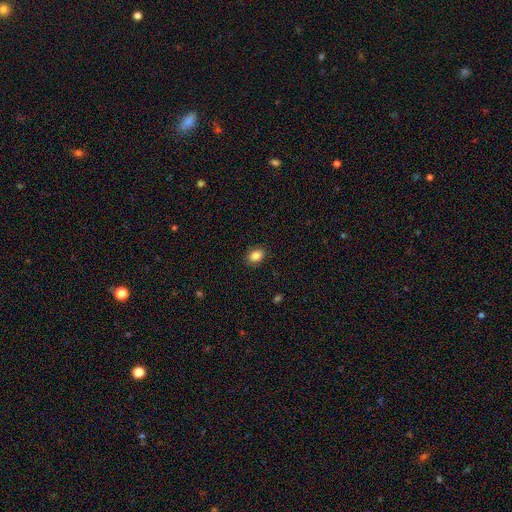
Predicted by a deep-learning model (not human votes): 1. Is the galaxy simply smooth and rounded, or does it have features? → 86% smooth, 9% star or artifact, 5% featured or disk.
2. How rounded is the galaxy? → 75% in between, 24% round, 1% cigar-shaped.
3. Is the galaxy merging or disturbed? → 88% none, 9% minor disturbance, 2% major disturbance, 1% merger.